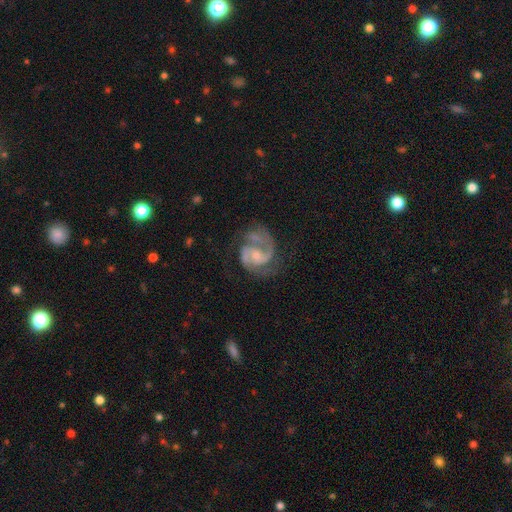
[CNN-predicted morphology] The model was most divided on "bar": no: 52%, weak: 38%, strong: 10%. More confident: edge-on disk — no (98%); spiral arms — yes (97%); smooth or featured — featured or disk (90%); spiral arm count — 2 (84%); merging — none (62%); bulge size — small (60%); spiral winding — medium (58%).